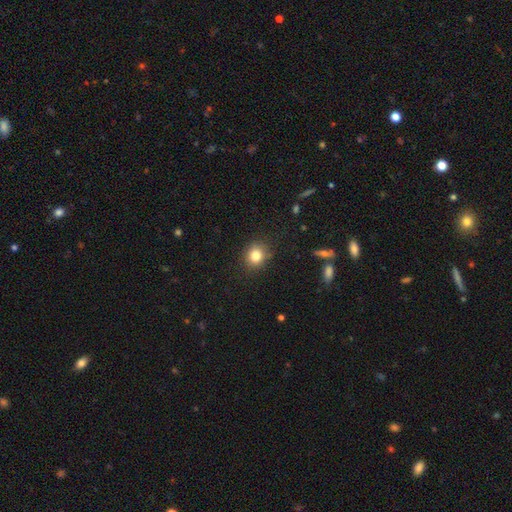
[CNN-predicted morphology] type=smooth (82%); roundness=round (76%); merging=none (86%).